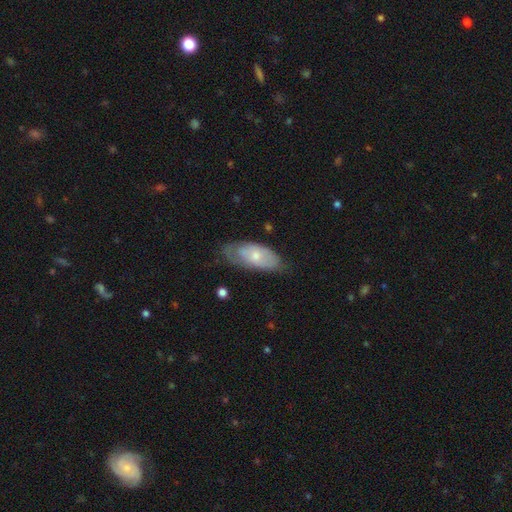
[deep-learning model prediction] This appears to be a smooth galaxy with no disk features (54%) that is in between round and cigar-shaped (87%). Merging: none (57%).